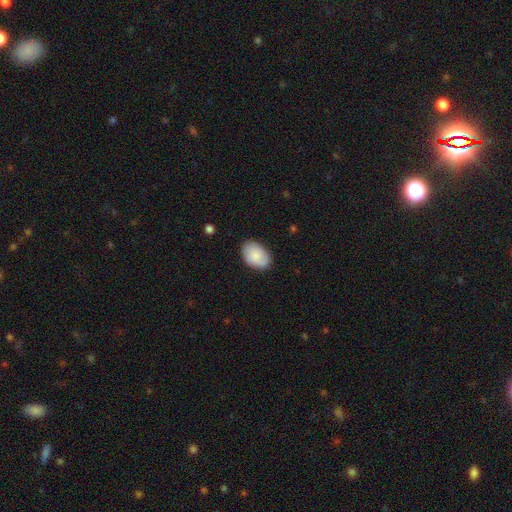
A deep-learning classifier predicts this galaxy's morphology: Smooth or featured?
  - smooth: 83% *
  - featured or disk: 11%
  - star or artifact: 6%
How rounded?
  - in between: 89% *
  - round: 10%
  - cigar-shaped: 1%
Merging?
  - none: 84% *
  - minor disturbance: 12%
  - major disturbance: 2%
  - merger: 1%